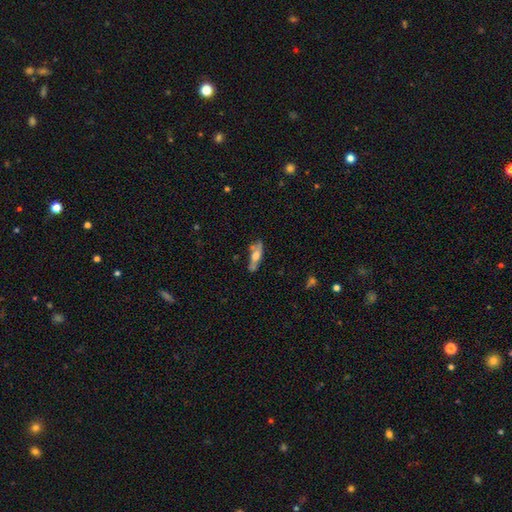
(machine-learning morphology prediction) smooth-or-featured: featured or disk: 50% | smooth: 44% | star or artifact: 6%
  merging: none: 69% | minor disturbance: 19% | merger: 7% | major disturbance: 5%